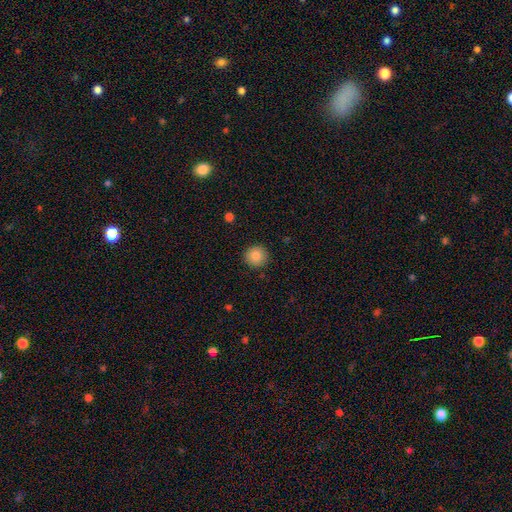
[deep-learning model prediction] Morphology: type=smooth (85%); roundness=round (94%); merging=none (91%).